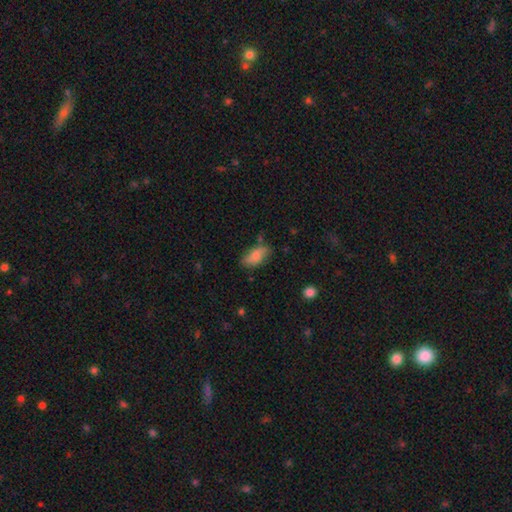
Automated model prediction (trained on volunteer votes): Overall: smooth (77%). How rounded: in between (89%). Merging: none (65%; minor disturbance 26%).